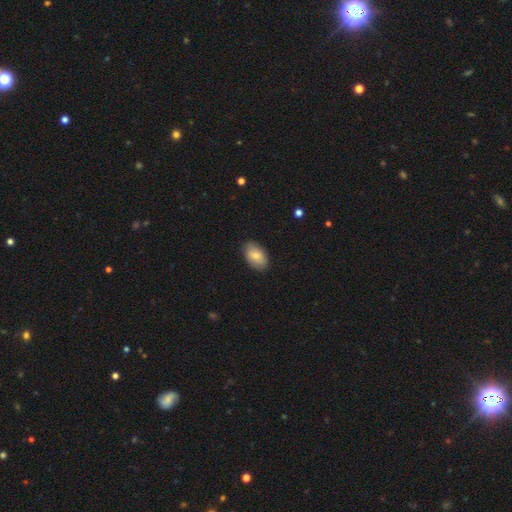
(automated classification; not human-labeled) Overall: smooth (78%). How rounded: in between (90%). Merging: none (84%).